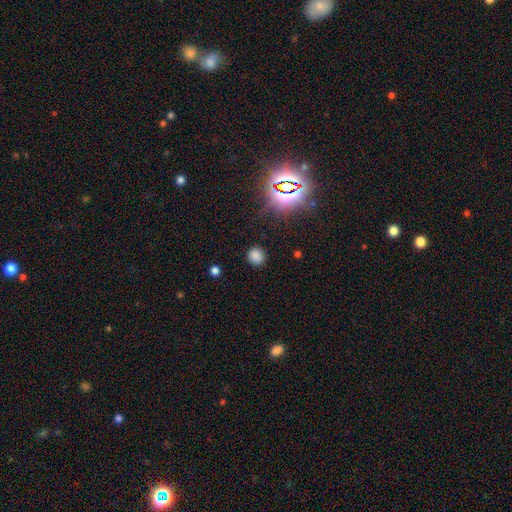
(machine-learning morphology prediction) Q: Smooth or featured?
A: smooth (78%); runner-up: star or artifact (17%)
Q: How rounded?
A: round (84%); runner-up: in between (15%)
Q: Merging?
A: none (87%); runner-up: minor disturbance (8%)